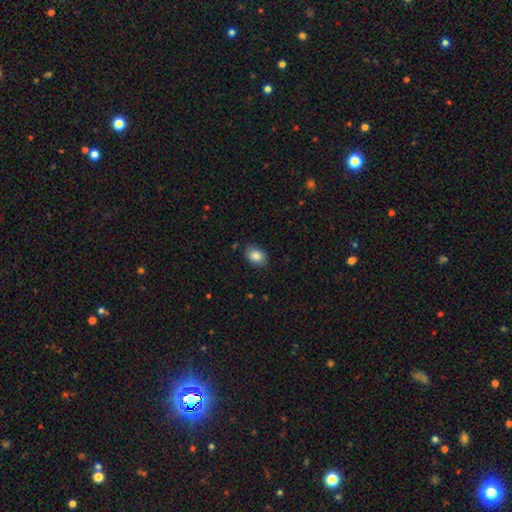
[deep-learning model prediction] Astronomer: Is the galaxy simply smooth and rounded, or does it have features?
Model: smooth — 87%.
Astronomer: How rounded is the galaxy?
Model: in between — 78%.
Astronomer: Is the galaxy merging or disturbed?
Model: none — 83%.